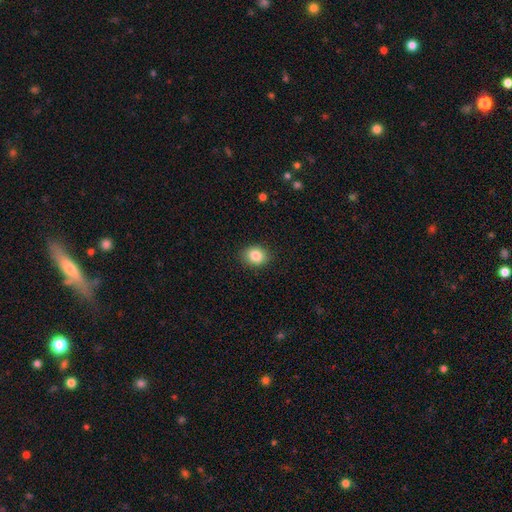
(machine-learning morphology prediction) Q: Smooth or featured?
A: smooth (85%); runner-up: star or artifact (9%)
Q: How rounded?
A: round (53%); runner-up: in between (46%)
Q: Merging?
A: none (88%); runner-up: minor disturbance (9%)